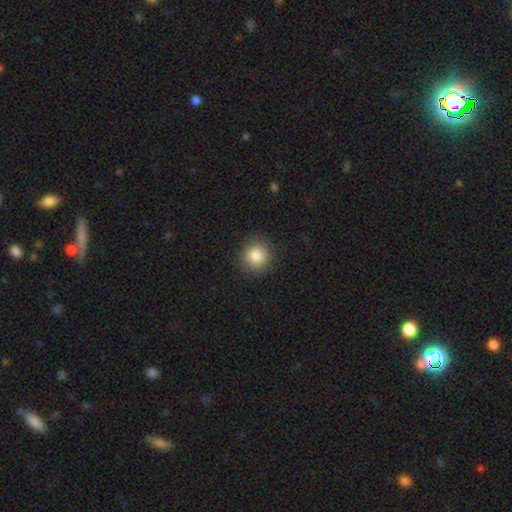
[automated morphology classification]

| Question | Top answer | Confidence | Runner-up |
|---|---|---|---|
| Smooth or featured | smooth | 84% | star or artifact (10%) |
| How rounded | round | 93% | in between (6%) |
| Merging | none | 91% | minor disturbance (6%) |